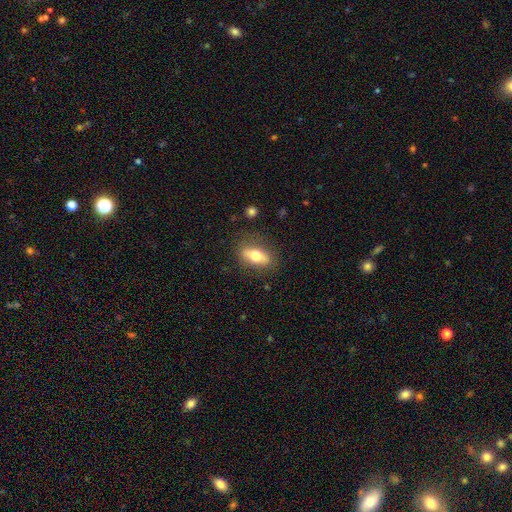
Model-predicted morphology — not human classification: smooth-or-featured: smooth: 63% | featured or disk: 30% | star or artifact: 7%
  how-rounded: in between: 74% | cigar-shaped: 20% | round: 6%
  merging: none: 81% | minor disturbance: 13% | major disturbance: 4% | merger: 1%